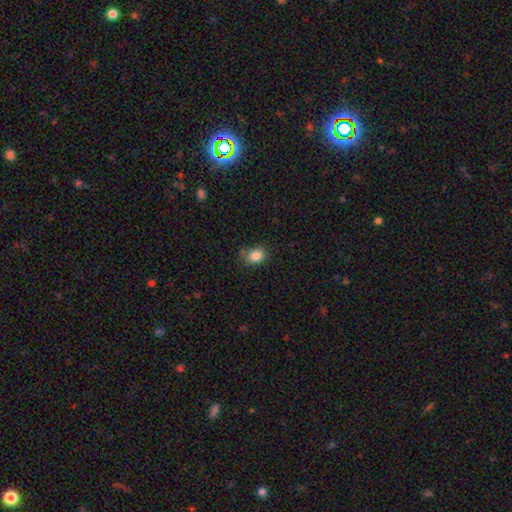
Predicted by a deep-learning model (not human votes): smooth_or_featured: smooth (p=0.84) [alt: star or artifact p=0.10]
how_rounded: in between (p=0.54) [alt: round p=0.45]
merging: none (p=0.74) [alt: minor disturbance p=0.20]